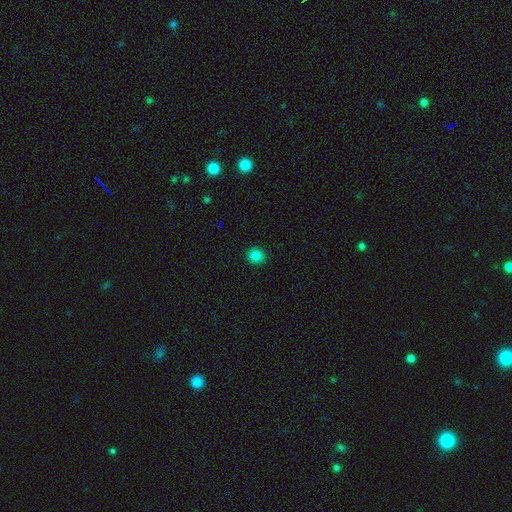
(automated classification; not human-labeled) Smooth or featured? smooth (84%)
How rounded? round (87%)
Merging? none (91%)